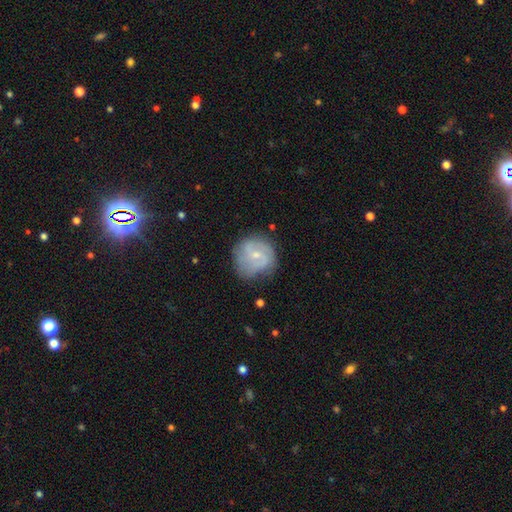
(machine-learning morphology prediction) Smooth or featured?
  - featured or disk: 63% *
  - smooth: 31%
  - star or artifact: 6%
Edge-on disk?
  - no: 98% *
  - yes: 2%
Bar?
  - weak: 51% *
  - no: 39%
  - strong: 10%
Spiral arms?
  - yes: 84% *
  - no: 16%
Spiral winding?
  - medium: 45% *
  - tight: 33%
  - loose: 23%
Spiral arm count?
  - 2: 58% *
  - can't tell: 23%
  - 3: 9%
  - 1: 5%
  - 4: 2%
  - more than 4: 2%
Bulge size?
  - small: 62% *
  - moderate: 31%
  - none: 4%
  - large: 1%
  - dominant: 1%
Merging?
  - none: 62% *
  - minor disturbance: 25%
  - major disturbance: 10%
  - merger: 2%